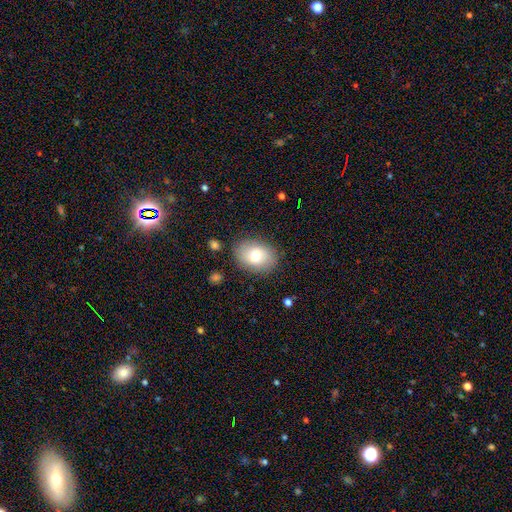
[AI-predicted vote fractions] This is likely a smooth galaxy (72%). How rounded: likely in between (74%). Merging: clearly none (84%).